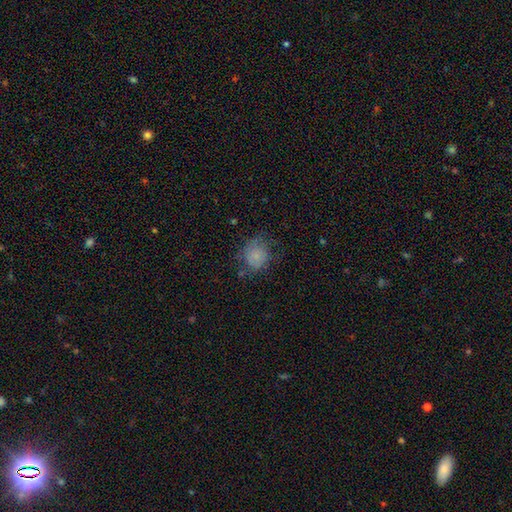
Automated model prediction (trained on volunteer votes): smooth-or-featured: smooth: 73% | featured or disk: 16% | star or artifact: 11%
  how-rounded: round: 73% | in between: 26% | cigar-shaped: 1%
  merging: none: 55% | minor disturbance: 28% | major disturbance: 15% | merger: 2%